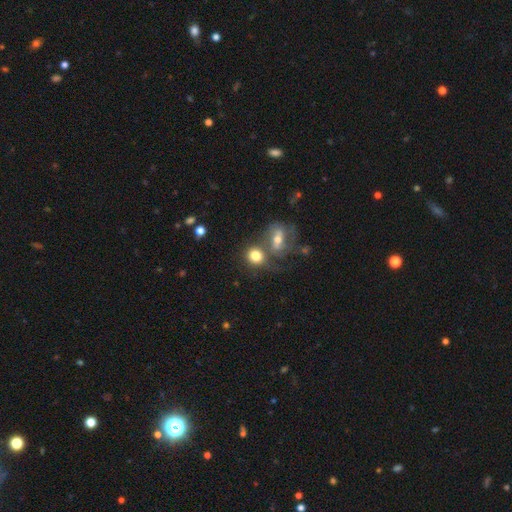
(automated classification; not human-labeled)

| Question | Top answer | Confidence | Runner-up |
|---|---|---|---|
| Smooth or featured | smooth | 75% | featured or disk (16%) |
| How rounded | round | 75% | in between (24%) |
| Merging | merger | 42% | none (41%) |